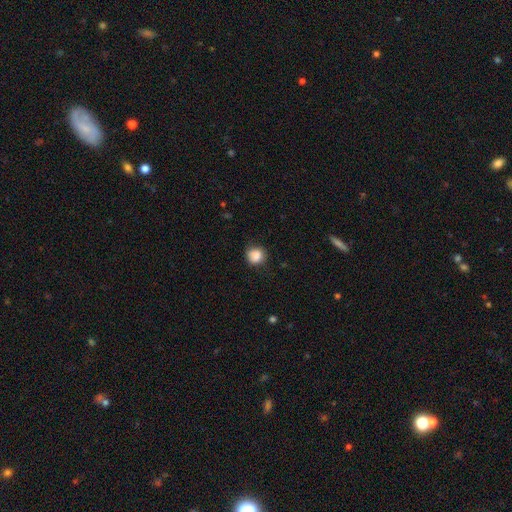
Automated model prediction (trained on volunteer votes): Smooth or featured? Predicted: smooth (p=0.85). How rounded? Predicted: round (p=0.81). Merging? Predicted: none (p=0.72).